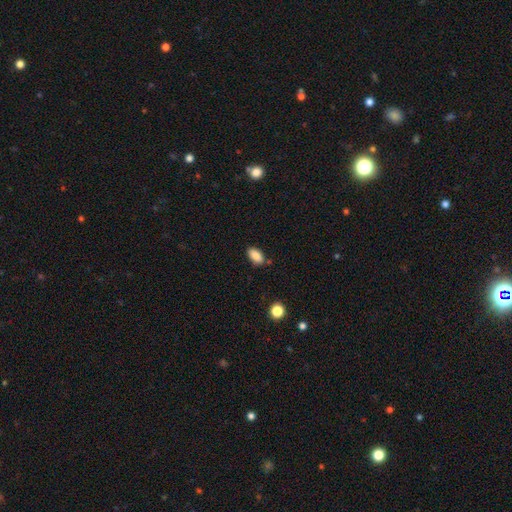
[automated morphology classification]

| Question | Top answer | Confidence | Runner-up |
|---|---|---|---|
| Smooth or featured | smooth | 87% | star or artifact (8%) |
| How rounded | in between | 92% | cigar-shaped (4%) |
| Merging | none | 81% | minor disturbance (13%) |